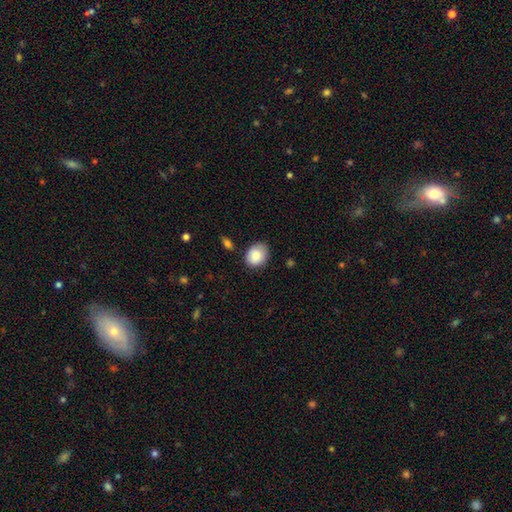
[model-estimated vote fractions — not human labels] smooth-or-featured: smooth: 86% | star or artifact: 7% | featured or disk: 7%
  how-rounded: in between: 50% | round: 49% | cigar-shaped: 1%
  merging: none: 74% | minor disturbance: 20% | major disturbance: 4% | merger: 3%